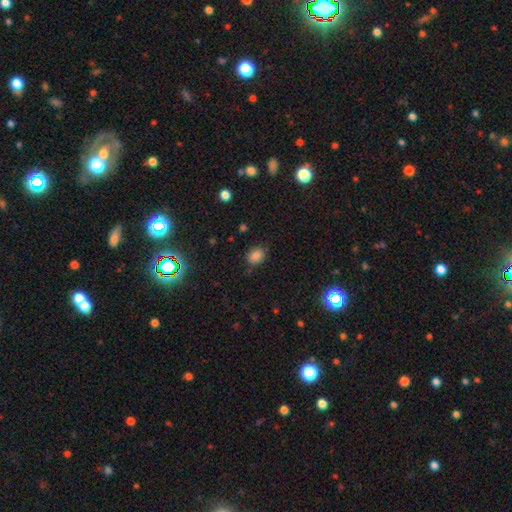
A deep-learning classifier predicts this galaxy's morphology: smooth_or_featured: smooth (p=0.82) [alt: star or artifact p=0.12]
how_rounded: in between (p=0.52) [alt: round p=0.47]
merging: none (p=0.78) [alt: minor disturbance p=0.16]